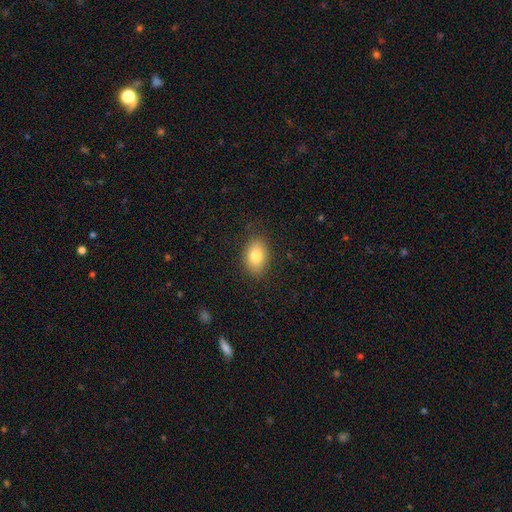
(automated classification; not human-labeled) A smooth galaxy with no disk features (81%) that is in between round and cigar-shaped (84%).

Vote fractions:
- Smooth or featured? smooth: 81% / featured or disk: 11% / star or artifact: 8%
- How rounded? in between: 84% / round: 14% / cigar-shaped: 1%
- Merging? none: 84% / minor disturbance: 12% / major disturbance: 3% / merger: 1%